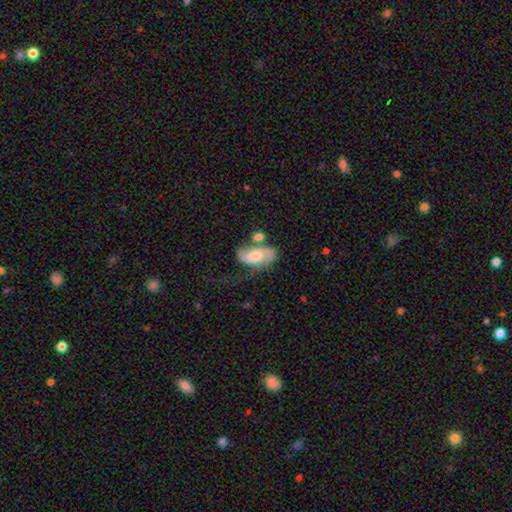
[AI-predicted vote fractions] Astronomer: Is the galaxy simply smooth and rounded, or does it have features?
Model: featured or disk — 57% (runner-up: smooth, 36%).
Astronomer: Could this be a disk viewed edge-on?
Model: no — 95%.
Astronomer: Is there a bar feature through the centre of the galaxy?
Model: no — 59%.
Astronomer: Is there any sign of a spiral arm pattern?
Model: yes — 85%.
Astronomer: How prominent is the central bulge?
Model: moderate — 49% (runner-up: small, 29%).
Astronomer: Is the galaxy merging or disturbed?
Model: none — 38% (runner-up: merger, 25%).